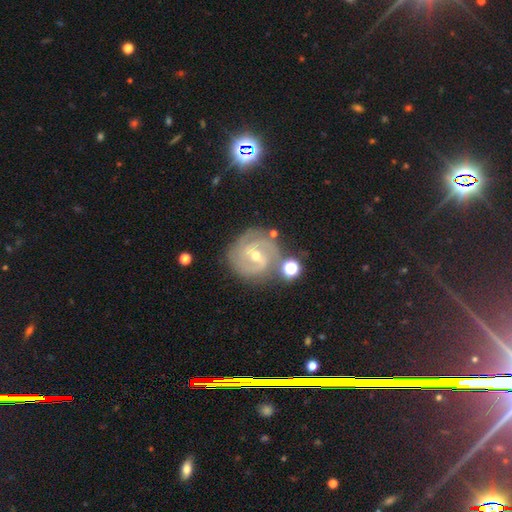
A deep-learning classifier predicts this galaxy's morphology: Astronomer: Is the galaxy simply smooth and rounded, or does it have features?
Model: featured or disk — 87%.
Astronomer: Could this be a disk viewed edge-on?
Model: no — 97%.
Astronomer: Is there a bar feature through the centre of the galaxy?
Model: weak — 51% (runner-up: strong, 29%).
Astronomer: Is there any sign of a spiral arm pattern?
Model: yes — 97%.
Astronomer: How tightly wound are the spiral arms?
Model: tight — 54% (runner-up: medium, 39%).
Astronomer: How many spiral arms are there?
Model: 2 — 55%.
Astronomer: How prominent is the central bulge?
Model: small — 51% (runner-up: moderate, 46%).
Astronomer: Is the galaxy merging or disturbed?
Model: none — 74%.